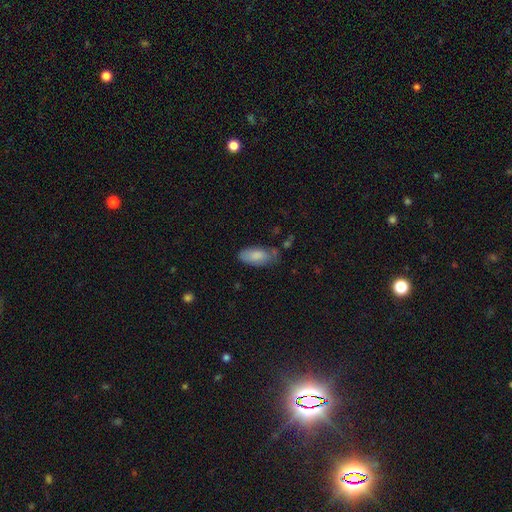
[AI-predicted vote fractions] smooth 82%, featured or disk 12%, star or artifact 6%. Down the decision tree: how rounded — in between (88%); merging — none (58%).